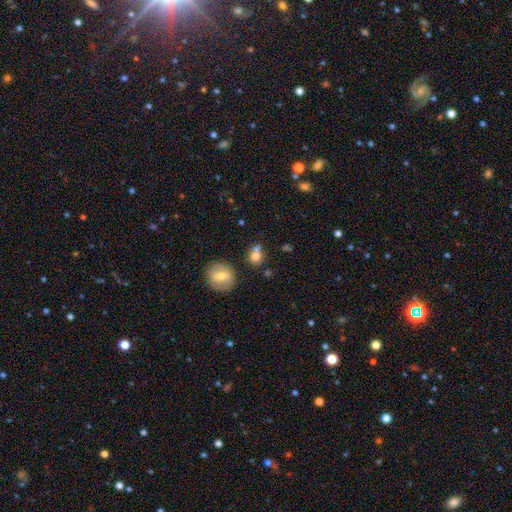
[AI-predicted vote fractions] This appears to be a smooth galaxy with no disk features (75%) that is round (79%). Merging: none (53%).